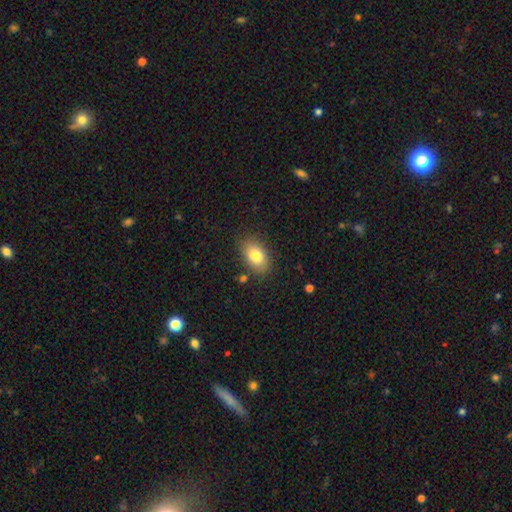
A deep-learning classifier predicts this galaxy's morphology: Q: Smooth or featured?
A: smooth (80%); runner-up: featured or disk (11%)
Q: How rounded?
A: in between (87%); runner-up: round (12%)
Q: Merging?
A: none (83%); runner-up: minor disturbance (12%)